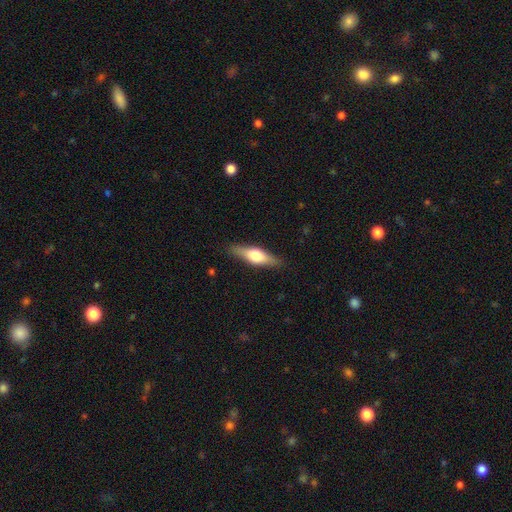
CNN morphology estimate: A featured or disk galaxy (50%) viewed edge-on (93%). Merging: none (87%).